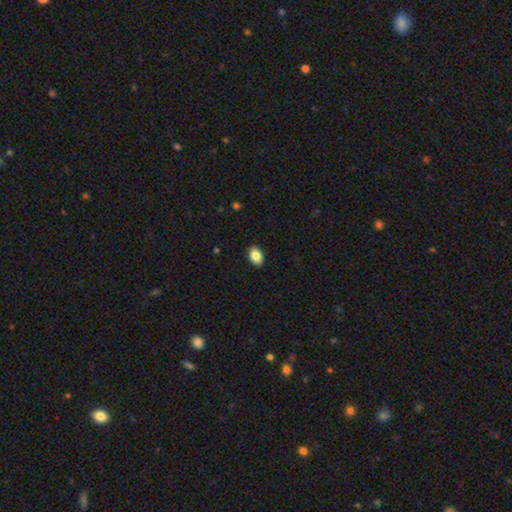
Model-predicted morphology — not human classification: smooth 85%, star or artifact 8%, featured or disk 7%. Down the decision tree: how rounded — in between (85%); merging — none (90%).